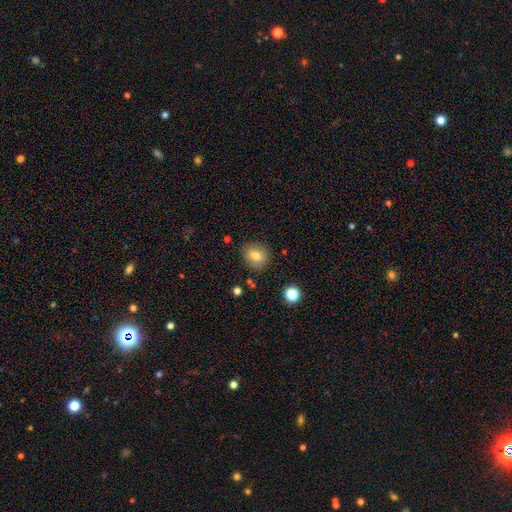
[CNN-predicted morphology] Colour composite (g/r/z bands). It shows a smooth galaxy with no disk features (79%) that is round (57%). Merging: none (83%).